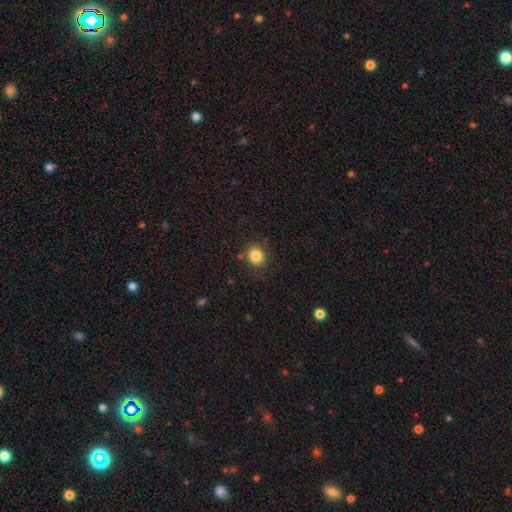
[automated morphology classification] type=smooth (84%); roundness=round (81%); merging=none (84%).